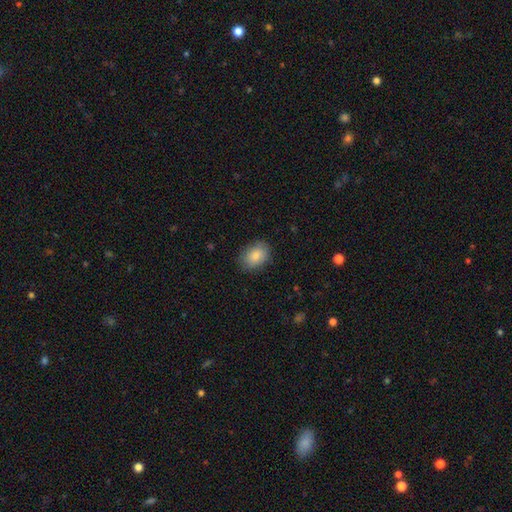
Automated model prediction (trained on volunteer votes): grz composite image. It shows a smooth galaxy with no disk features (85%) that is in between round and cigar-shaped (78%). Merging: none (84%).